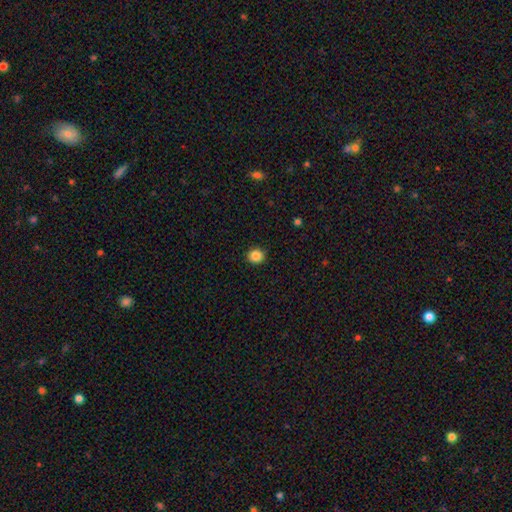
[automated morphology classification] Smooth or featured?
  - smooth: 87% *
  - star or artifact: 10%
  - featured or disk: 3%
How rounded?
  - round: 87% *
  - in between: 12%
  - cigar-shaped: 1%
Merging?
  - none: 91% *
  - minor disturbance: 6%
  - major disturbance: 2%
  - merger: 1%